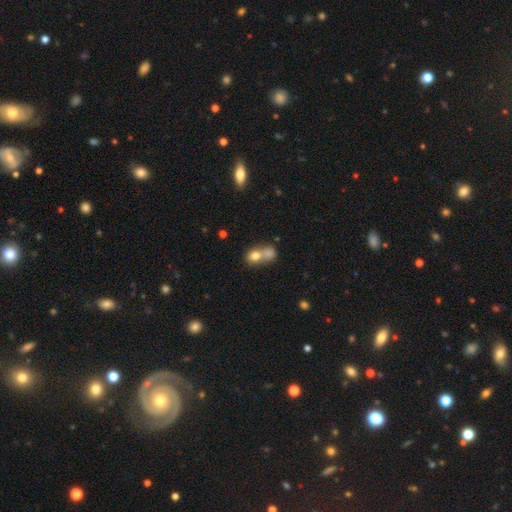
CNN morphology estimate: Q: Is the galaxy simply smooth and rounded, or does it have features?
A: smooth — 77%.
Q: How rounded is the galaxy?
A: round — 60%.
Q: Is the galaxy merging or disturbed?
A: merger — 64%.